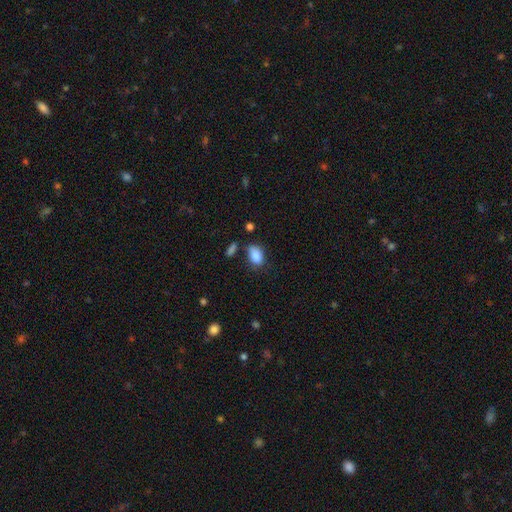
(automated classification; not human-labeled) smooth 86%, star or artifact 8%, featured or disk 6%. Down the decision tree: how rounded — in between (89%); merging — none (55%).